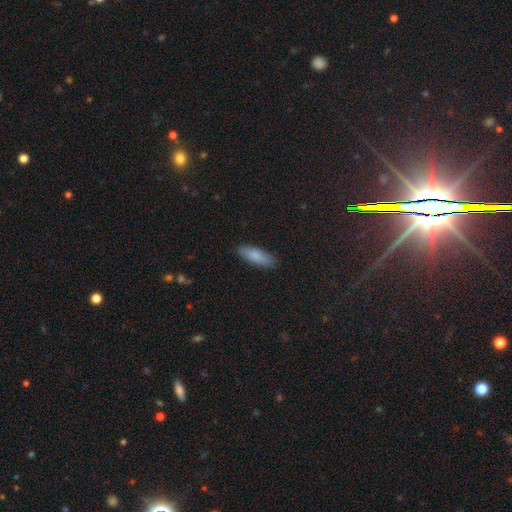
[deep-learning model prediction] Overall: smooth (85%). How rounded: in between (62%; cigar-shaped 36%). Merging: none (87%).